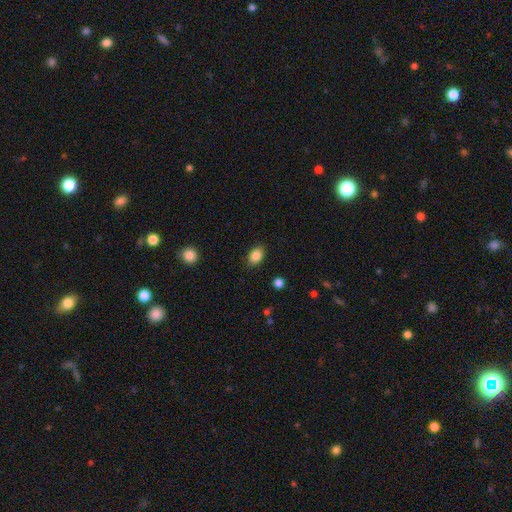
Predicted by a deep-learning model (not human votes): Morphology: type=smooth (86%); roundness=in between (79%); merging=none (87%).